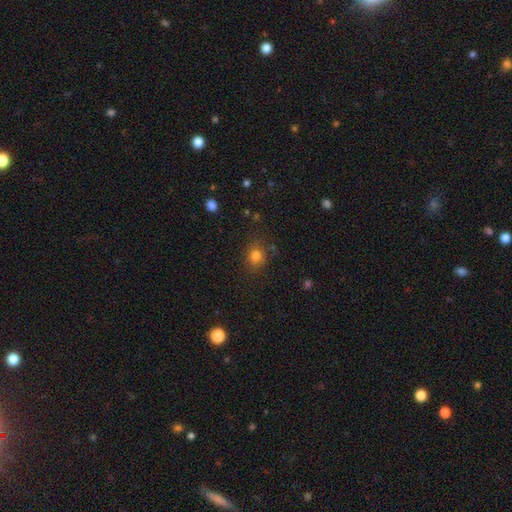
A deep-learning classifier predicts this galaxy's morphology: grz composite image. It shows a smooth galaxy with no disk features (80%) that is round (78%). Merging: none (81%).